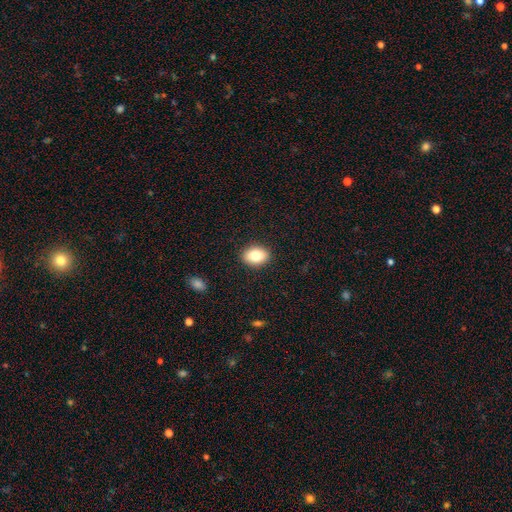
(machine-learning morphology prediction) A smooth galaxy with no disk features (81%) that is in between round and cigar-shaped (70%).

Vote fractions:
- Smooth or featured? smooth: 81% / featured or disk: 11% / star or artifact: 8%
- How rounded? in between: 70% / round: 29% / cigar-shaped: 1%
- Merging? none: 90% / minor disturbance: 7% / major disturbance: 2% / merger: 1%